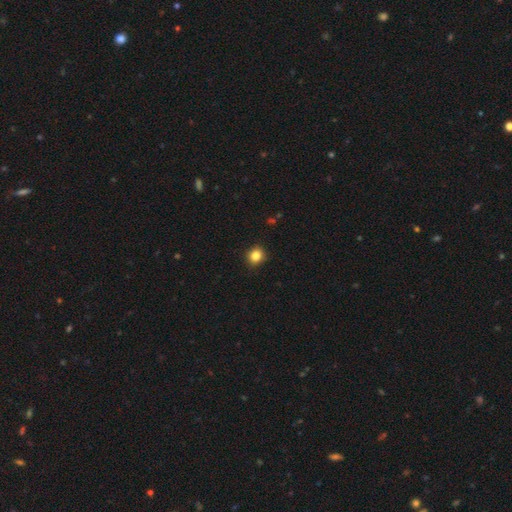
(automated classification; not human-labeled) This is clearly a smooth galaxy (84%). How rounded: clearly round (83%). Merging: clearly none (90%).